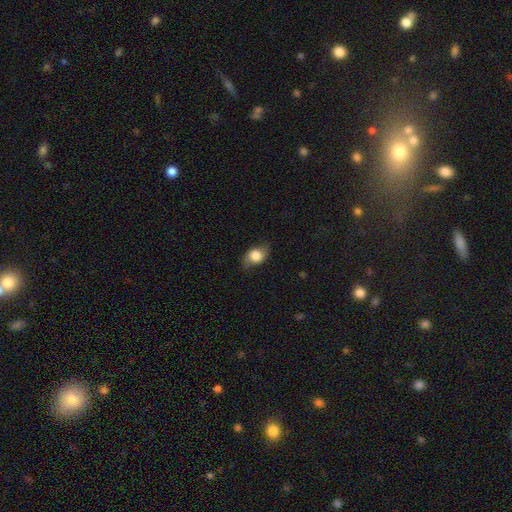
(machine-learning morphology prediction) This appears to be a smooth galaxy with no disk features (70%) that is in between round and cigar-shaped (69%). Merging: none (73%).